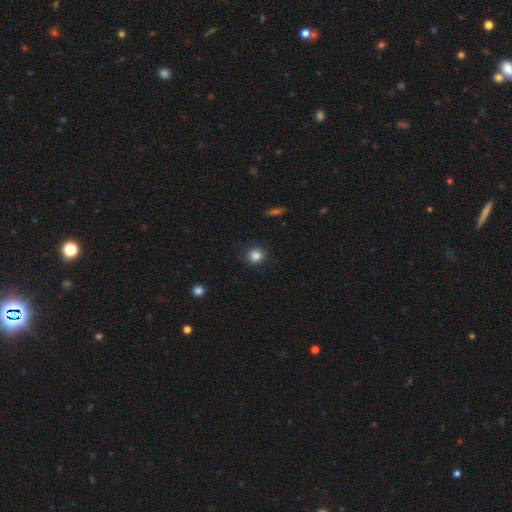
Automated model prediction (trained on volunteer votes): Smooth or featured?
  - smooth: 85% *
  - star or artifact: 11%
  - featured or disk: 4%
How rounded?
  - round: 86% *
  - in between: 13%
  - cigar-shaped: 1%
Merging?
  - none: 88% *
  - minor disturbance: 9%
  - major disturbance: 2%
  - merger: 1%